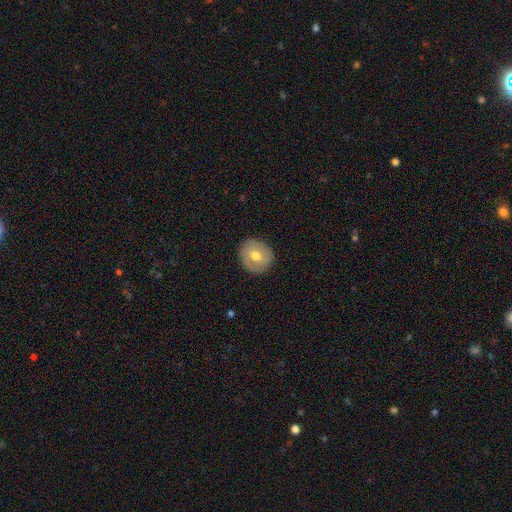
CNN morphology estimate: smooth 60%, featured or disk 33%, star or artifact 7%. Down the decision tree: how rounded — round (86%); merging — none (87%).